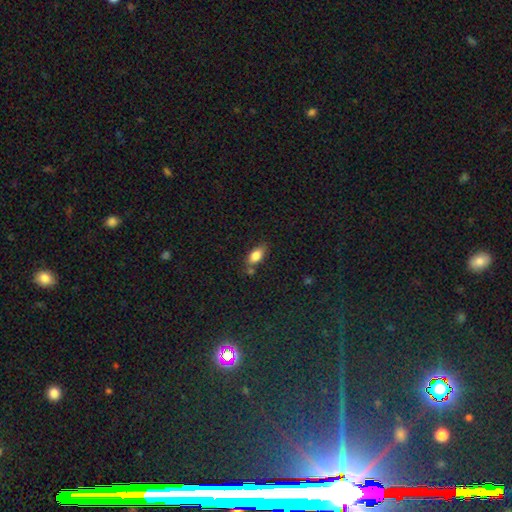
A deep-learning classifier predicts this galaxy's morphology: type=smooth (82%); roundness=in between (87%); merging=none (65%).